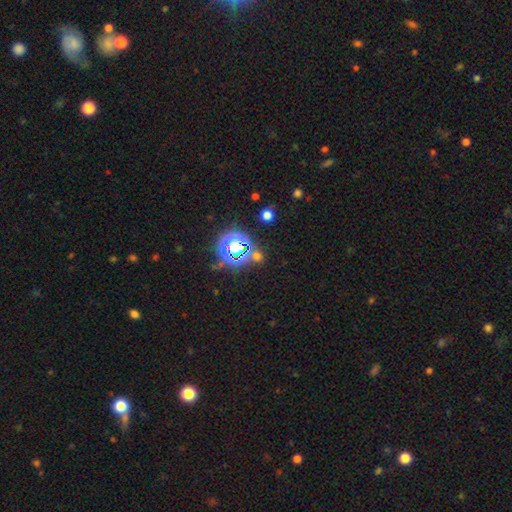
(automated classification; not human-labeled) smooth_or_featured: star or artifact (p=0.58) [alt: smooth p=0.34]